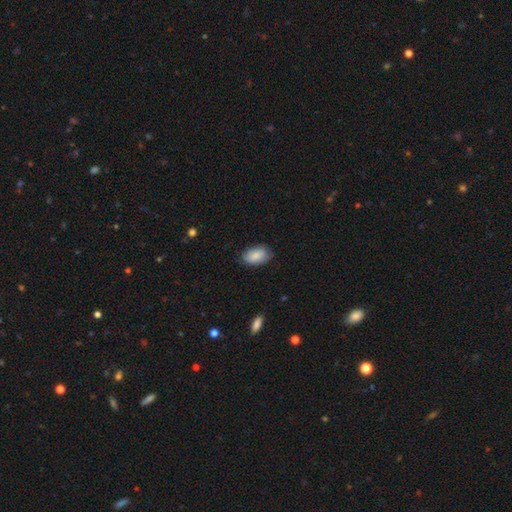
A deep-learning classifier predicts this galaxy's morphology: This is clearly a smooth galaxy (86%). How rounded: clearly in between (93%). Merging: likely none (78%).